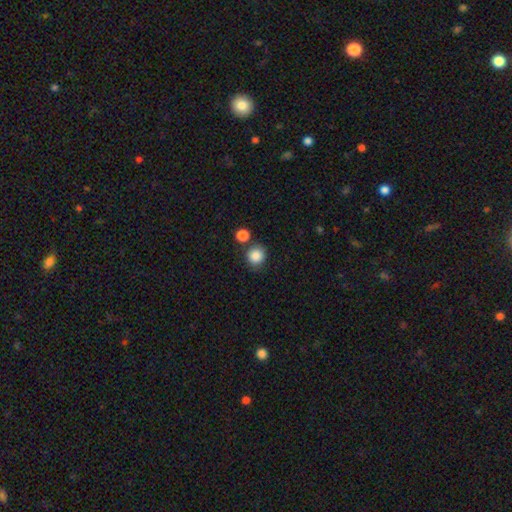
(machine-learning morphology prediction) This appears to be a smooth galaxy with no disk features (87%) that is round (89%). Merging: none (74%).